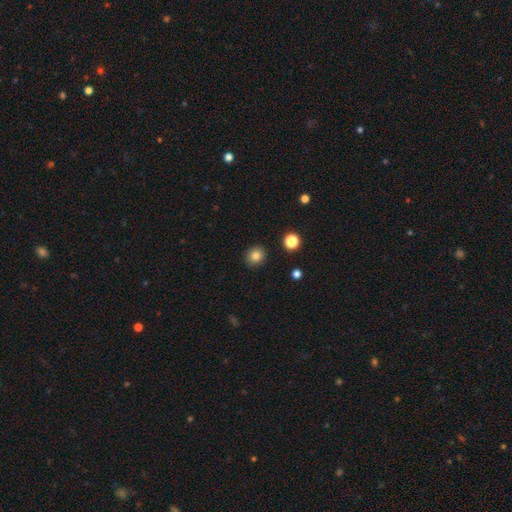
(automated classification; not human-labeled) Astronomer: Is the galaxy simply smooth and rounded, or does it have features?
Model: smooth — 83%.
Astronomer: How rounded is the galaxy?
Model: round — 83%.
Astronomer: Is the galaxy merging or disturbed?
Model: none — 91%.